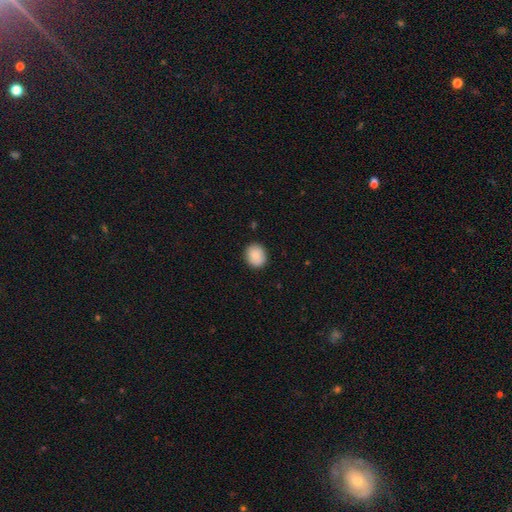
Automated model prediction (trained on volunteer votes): This is clearly a smooth galaxy (85%). How rounded: likely round (67%). Merging: clearly none (88%).